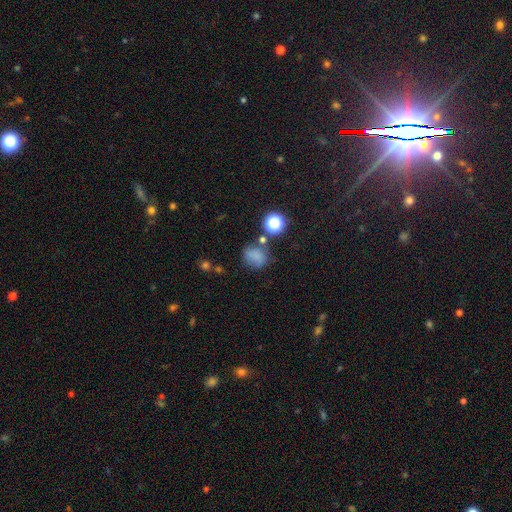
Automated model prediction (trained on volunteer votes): Smooth or featured: smooth — 69% (star or artifact — 19%)
How rounded: round — 73% (in between — 26%)
Merging: none — 58% (minor disturbance — 22%)